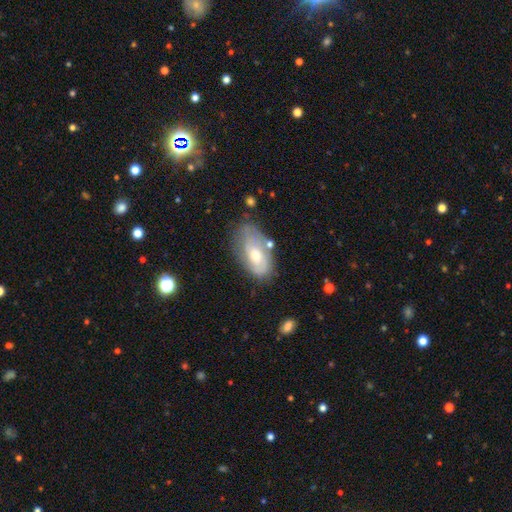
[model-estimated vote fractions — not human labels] The model was most divided on "smooth or featured": featured or disk: 52%, smooth: 41%, star or artifact: 7%. More confident: edge-on disk — no (91%); merging — none (57%).